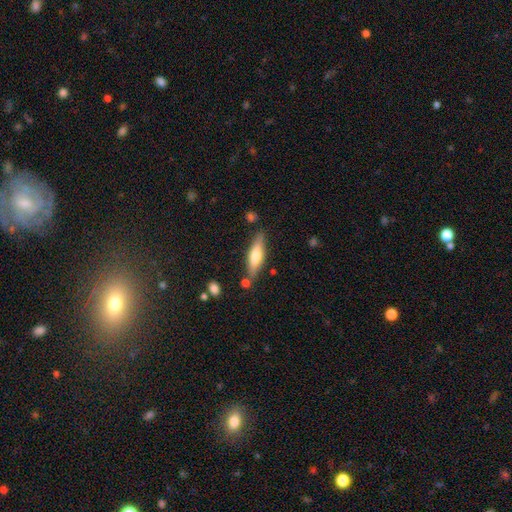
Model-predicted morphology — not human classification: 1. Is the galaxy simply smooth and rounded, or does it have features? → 52% smooth, 42% featured or disk, 6% star or artifact.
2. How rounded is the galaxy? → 64% cigar-shaped, 34% in between, 2% round.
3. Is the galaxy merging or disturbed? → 79% none, 13% minor disturbance, 5% merger, 3% major disturbance.